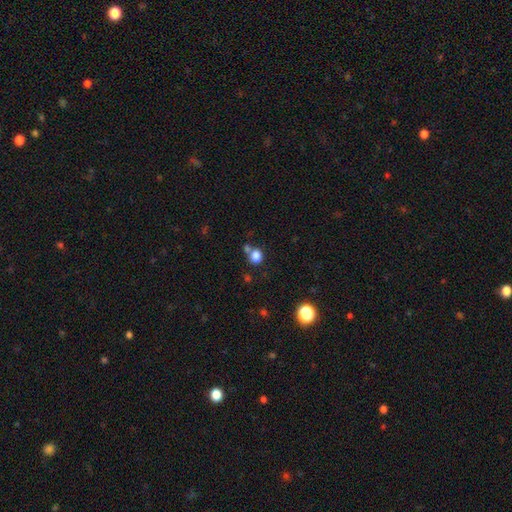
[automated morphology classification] smooth_or_featured: smooth (p=0.83) [alt: star or artifact p=0.12]
how_rounded: round (p=0.76) [alt: in between p=0.23]
merging: none (p=0.60) [alt: merger p=0.26]